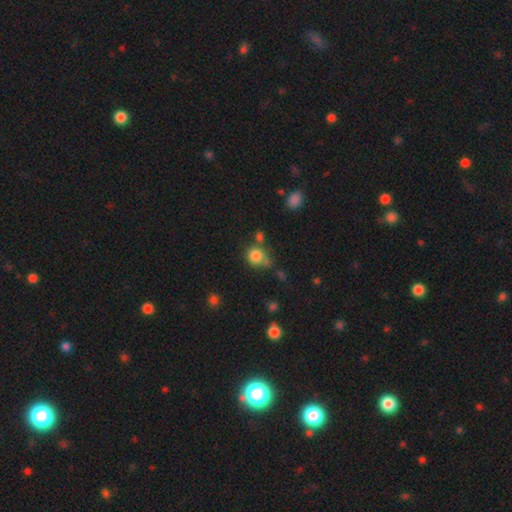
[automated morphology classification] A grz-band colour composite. It shows a smooth galaxy with no disk features (83%) that is round (81%). Merging: none (55%).